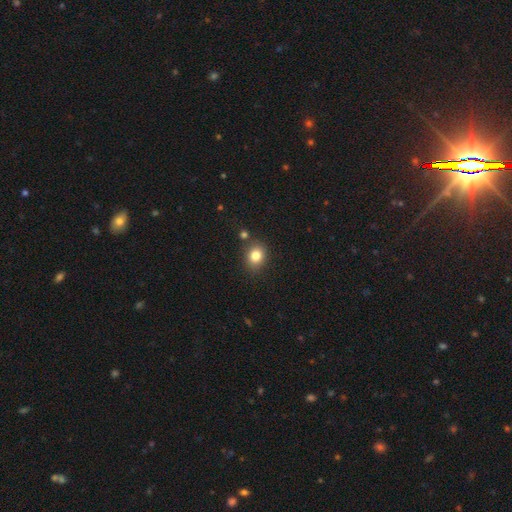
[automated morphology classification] The model was most divided on "how rounded": round: 62%, in between: 37%, cigar-shaped: 1%. More confident: smooth or featured — smooth (82%); merging — none (79%).